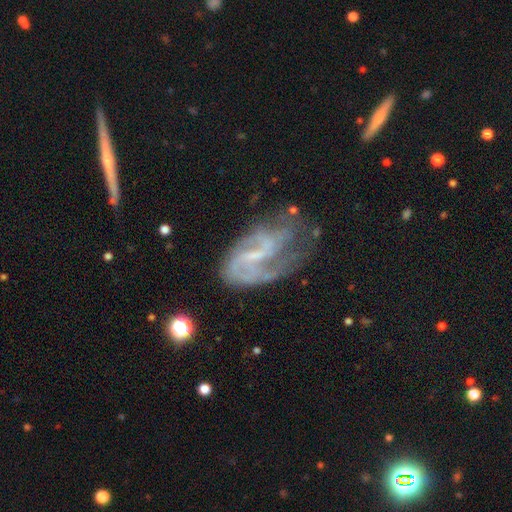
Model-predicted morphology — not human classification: Overall: featured or disk (77%). Edge-on disk: no (95%). Bar: weak (47%; no 33%). Spiral arms: yes (85%). Spiral arm count: 2 (44%; can't tell 27%). Spiral winding: medium (42%; loose 31%). Bulge size: small (47%; none 36%). Merging: none (42%; major disturbance 27%).